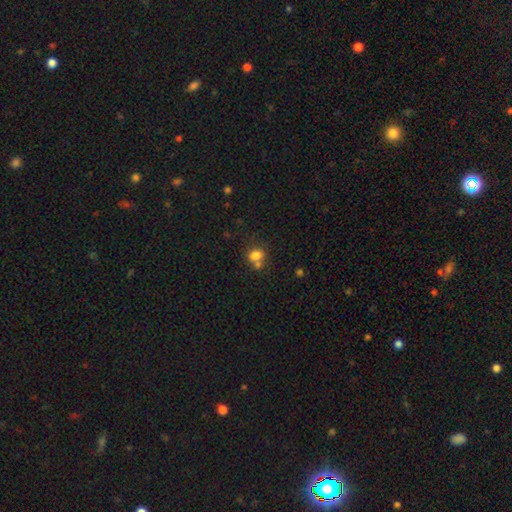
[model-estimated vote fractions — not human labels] Smooth or featured? Predicted: smooth (p=0.78). How rounded? Predicted: round (p=0.59). Merging? Predicted: none (p=0.48).